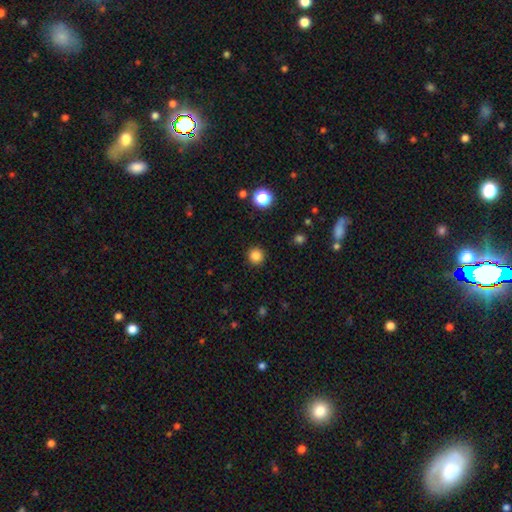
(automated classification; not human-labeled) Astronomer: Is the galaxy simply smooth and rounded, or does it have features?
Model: smooth — 84%.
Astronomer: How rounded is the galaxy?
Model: round — 95%.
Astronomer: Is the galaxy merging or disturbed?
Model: none — 92%.